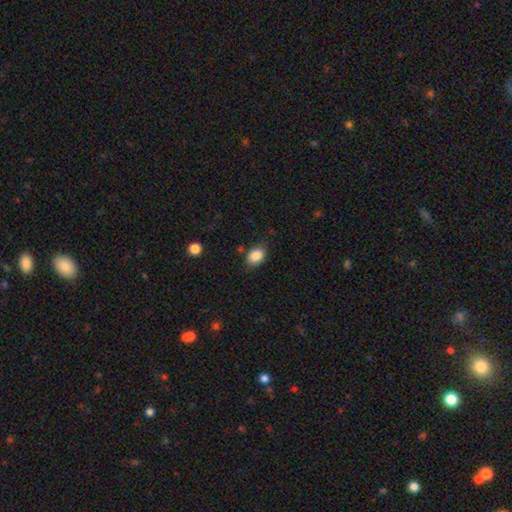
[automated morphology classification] This appears to be a smooth galaxy with no disk features (87%) that is in between round and cigar-shaped (71%). Merging: none (75%).